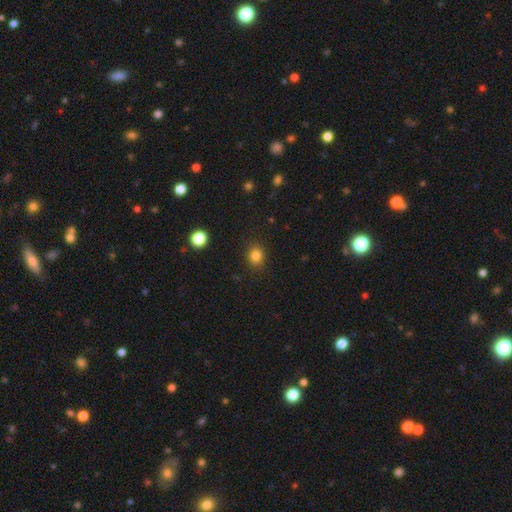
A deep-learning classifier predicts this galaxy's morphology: smooth-or-featured: smooth: 83% | star or artifact: 13% | featured or disk: 5%
  how-rounded: round: 72% | in between: 28% | cigar-shaped: 1%
  merging: none: 88% | minor disturbance: 8% | major disturbance: 2% | merger: 1%